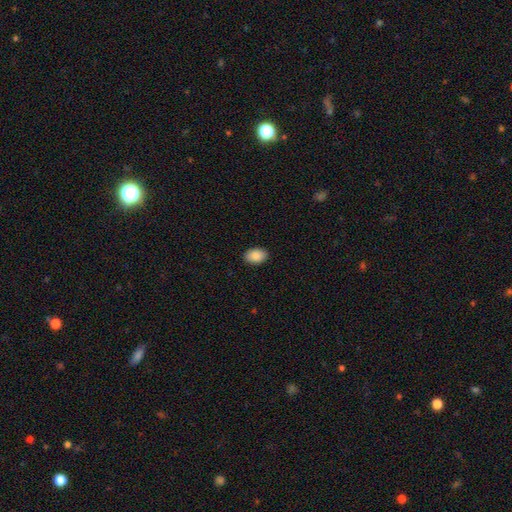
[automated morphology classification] smooth-or-featured: smooth: 89% | star or artifact: 7% | featured or disk: 4%
  how-rounded: in between: 89% | round: 10% | cigar-shaped: 1%
  merging: none: 90% | minor disturbance: 7% | major disturbance: 2% | merger: 1%